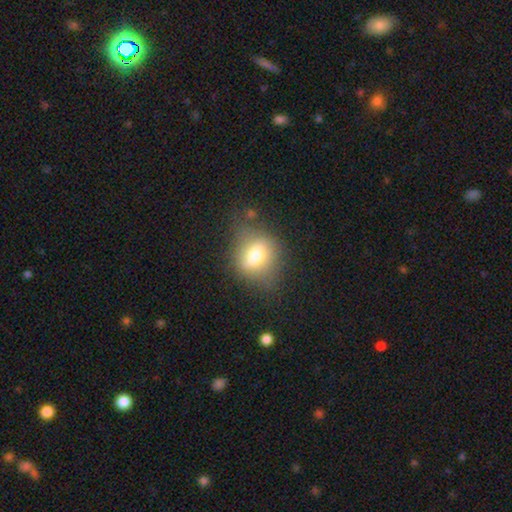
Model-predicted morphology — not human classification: The model was most divided on "how rounded": round: 52%, in between: 45%, cigar-shaped: 3%. More confident: merging — none (65%); smooth or featured — smooth (65%).